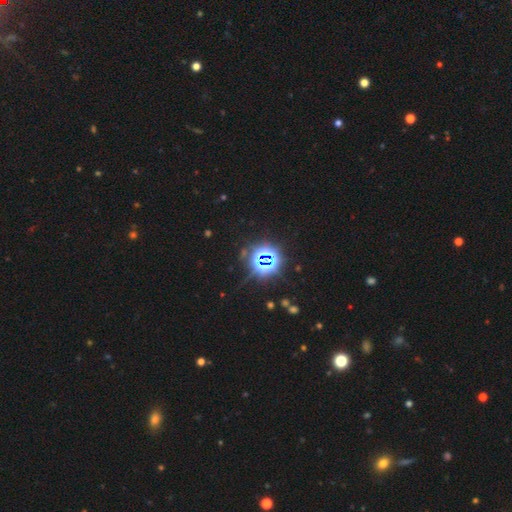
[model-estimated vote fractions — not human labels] Smooth or featured?
  - star or artifact: 84% *
  - smooth: 10%
  - featured or disk: 6%